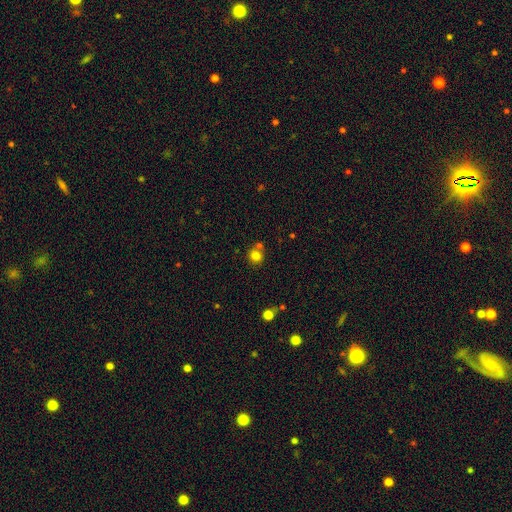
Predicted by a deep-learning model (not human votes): smooth_or_featured: smooth (p=0.80) [alt: star or artifact p=0.13]
how_rounded: round (p=0.88) [alt: in between p=0.12]
merging: none (p=0.67) [alt: merger p=0.20]